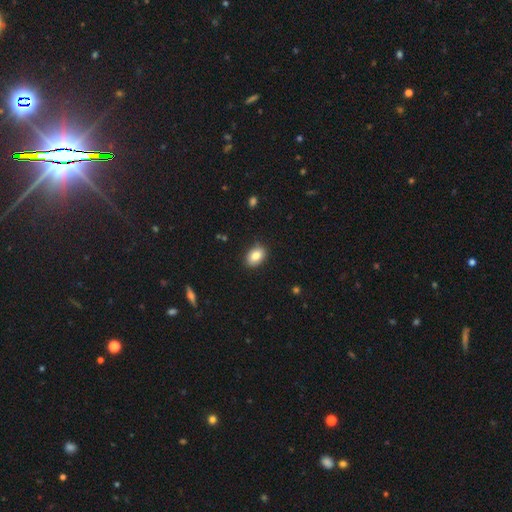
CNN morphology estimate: smooth_or_featured: smooth (p=0.83) [alt: featured or disk p=0.09]
how_rounded: in between (p=0.80) [alt: round p=0.19]
merging: none (p=0.87) [alt: minor disturbance p=0.10]